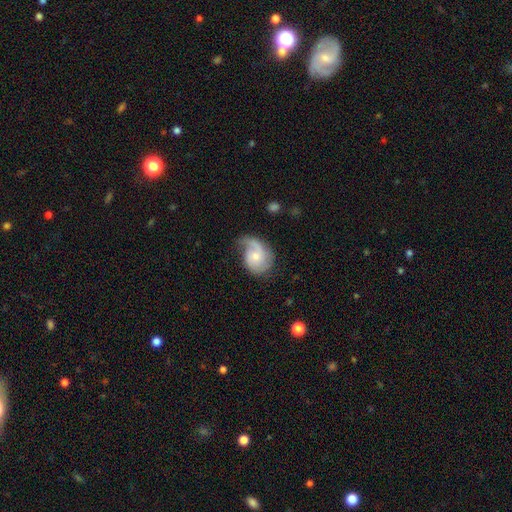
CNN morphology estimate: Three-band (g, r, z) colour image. It shows a featured or disk galaxy (67%) with no bar (71%), 1 (51%) medium (39%) spiral arms (90%) and a small central bulge (47%). Merging: none (40%).